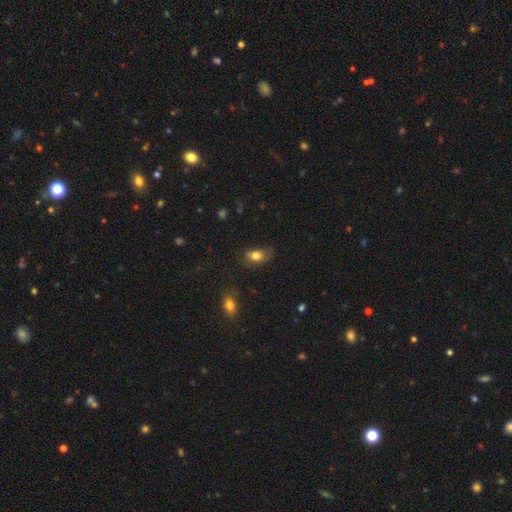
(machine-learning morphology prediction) smooth_or_featured: smooth (p=0.76) [alt: featured or disk p=0.14]
how_rounded: in between (p=0.78) [alt: round p=0.20]
merging: none (p=0.44) [alt: minor disturbance p=0.33]